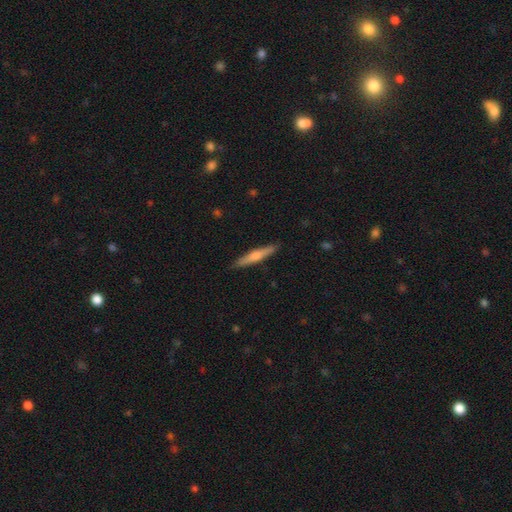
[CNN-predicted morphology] Overall: smooth (56%; featured or disk 39%). How rounded: cigar-shaped (93%). Merging: none (90%).